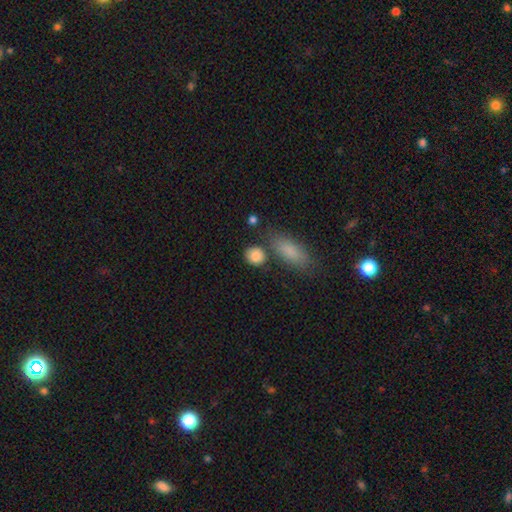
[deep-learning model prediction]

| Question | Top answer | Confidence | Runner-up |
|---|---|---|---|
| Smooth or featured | smooth | 86% | star or artifact (8%) |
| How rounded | round | 69% | in between (29%) |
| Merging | none | 70% | minor disturbance (14%) |